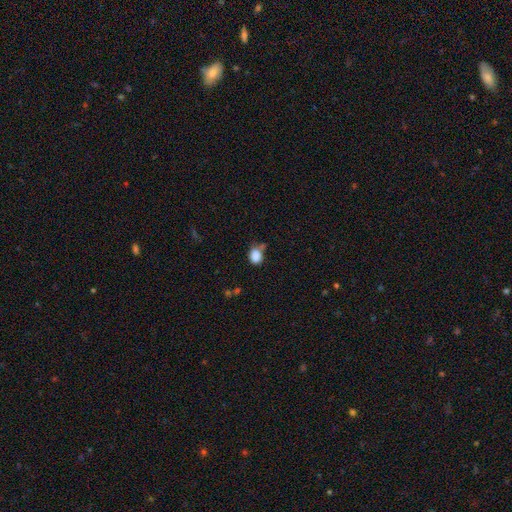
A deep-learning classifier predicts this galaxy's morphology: Overall: smooth (86%). How rounded: in between (57%; round 42%). Merging: none (53%; minor disturbance 25%).